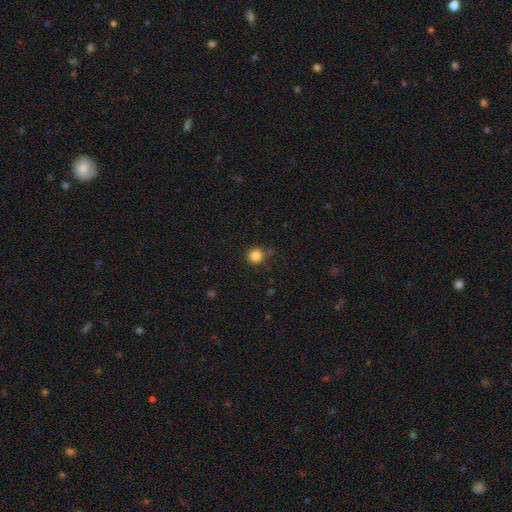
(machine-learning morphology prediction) Overall: smooth (84%). How rounded: round (94%). Merging: none (86%).